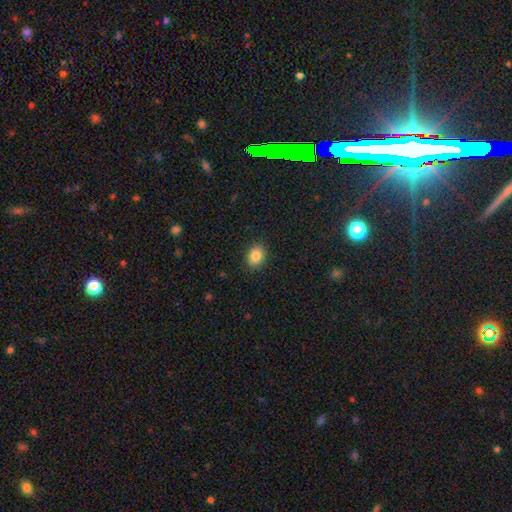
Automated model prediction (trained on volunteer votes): Smooth or featured?
  - smooth: 86% *
  - star or artifact: 9%
  - featured or disk: 5%
How rounded?
  - in between: 58% *
  - round: 41%
  - cigar-shaped: 1%
Merging?
  - none: 89% *
  - minor disturbance: 8%
  - major disturbance: 2%
  - merger: 1%